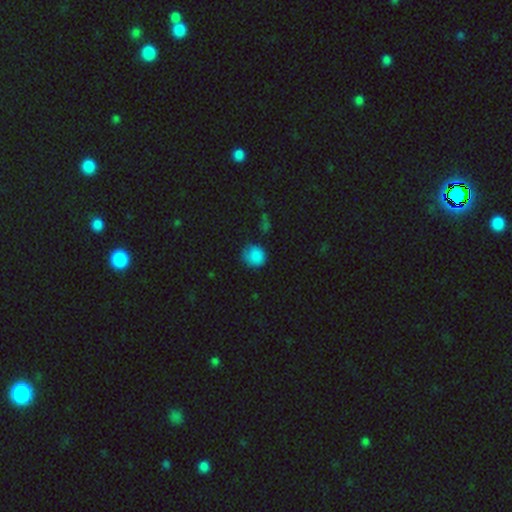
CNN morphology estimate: Smooth or featured?
  - smooth: 85% *
  - star or artifact: 9%
  - featured or disk: 5%
How rounded?
  - round: 85% *
  - in between: 14%
  - cigar-shaped: 1%
Merging?
  - none: 68% *
  - minor disturbance: 25%
  - major disturbance: 6%
  - merger: 2%